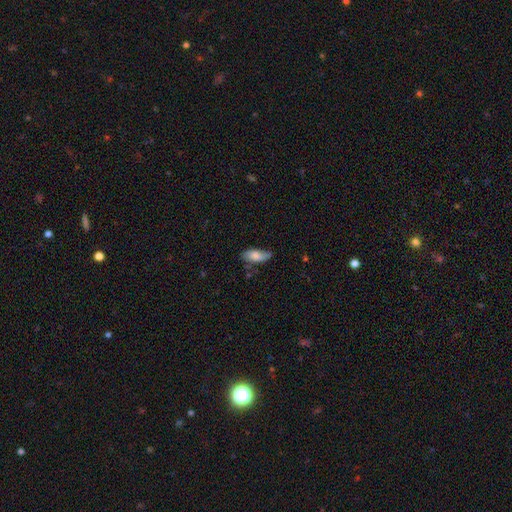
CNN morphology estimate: type=smooth (73%); roundness=in between (83%); merging=none (56%).